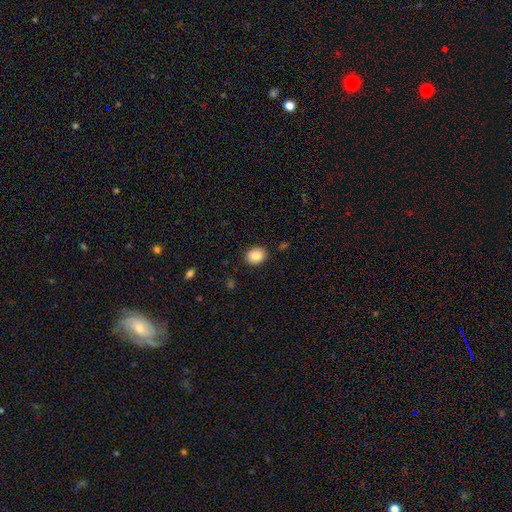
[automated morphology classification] smooth 88%, star or artifact 8%, featured or disk 4%. Down the decision tree: how rounded — round (51%); merging — none (87%).